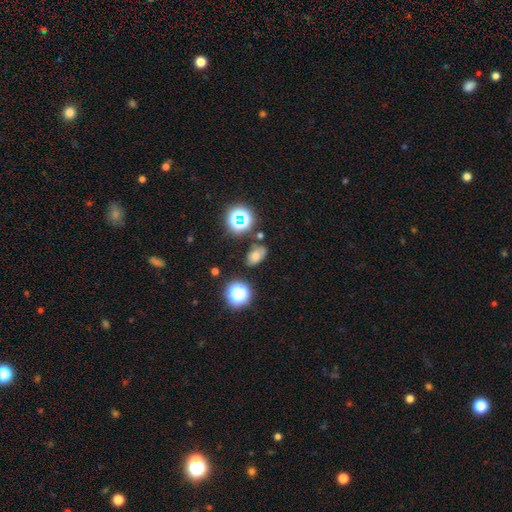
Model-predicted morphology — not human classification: smooth-or-featured: smooth: 64% | star or artifact: 23% | featured or disk: 13%
  how-rounded: in between: 80% | round: 18% | cigar-shaped: 2%
  merging: none: 73% | minor disturbance: 16% | major disturbance: 5% | merger: 5%